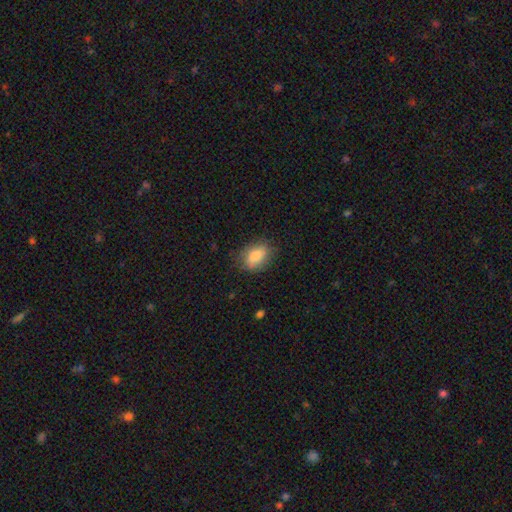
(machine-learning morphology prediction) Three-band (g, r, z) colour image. It shows a smooth galaxy with no disk features (81%) that is in between round and cigar-shaped (83%). Merging: none (77%).